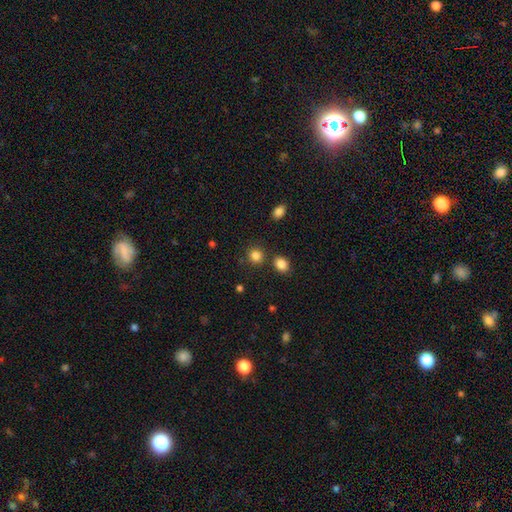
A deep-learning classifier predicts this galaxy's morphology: A smooth galaxy with no disk features (84%) that is round (84%).

Vote fractions:
- Smooth or featured? smooth: 84% / star or artifact: 12% / featured or disk: 4%
- How rounded? round: 84% / in between: 15% / cigar-shaped: 1%
- Merging? none: 80% / merger: 8% / minor disturbance: 8% / major disturbance: 3%